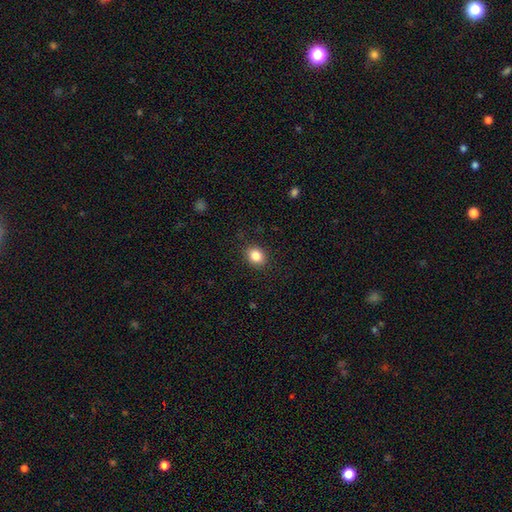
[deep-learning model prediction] Smooth or featured? smooth (85%)
How rounded? round (59%)
Merging? none (88%)